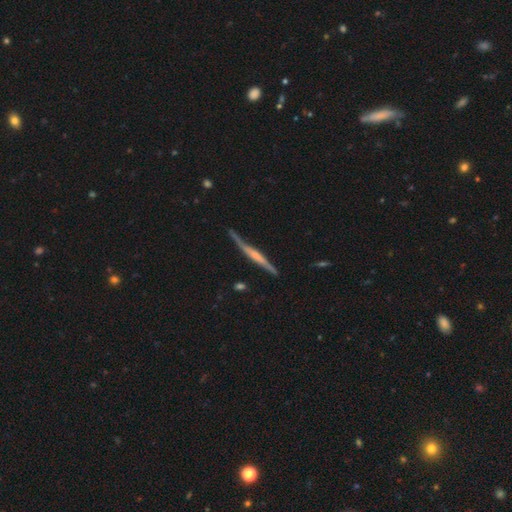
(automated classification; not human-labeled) smooth-or-featured: featured or disk: 71% | smooth: 24% | star or artifact: 5%
  disk-edge-on: yes: 94% | no: 6%
    edge-on-bulge: rounded: 40% | none: 33% | boxy: 27%
  merging: none: 70% | minor disturbance: 21% | major disturbance: 6% | merger: 3%